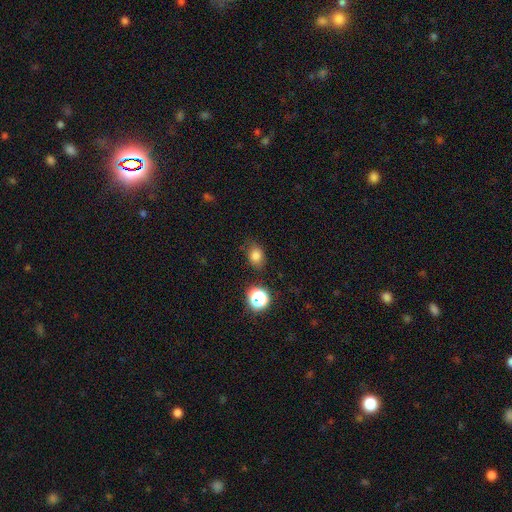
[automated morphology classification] smooth_or_featured: smooth (p=0.78) [alt: star or artifact p=0.16]
how_rounded: in between (p=0.50) [alt: round p=0.49]
merging: none (p=0.76) [alt: minor disturbance p=0.17]